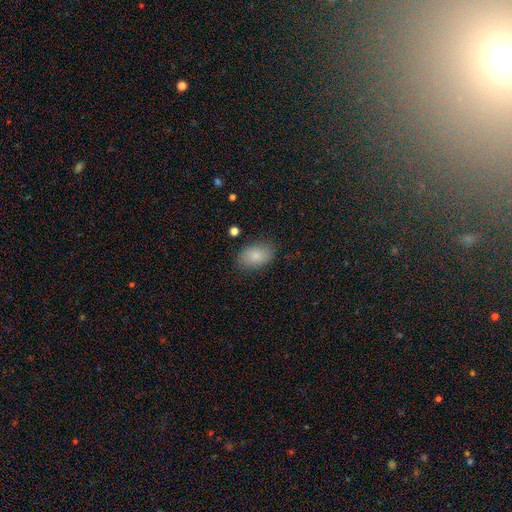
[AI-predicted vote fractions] smooth-or-featured: smooth: 84% | featured or disk: 8% | star or artifact: 8%
  how-rounded: in between: 89% | round: 10% | cigar-shaped: 1%
  merging: none: 82% | minor disturbance: 13% | major disturbance: 3% | merger: 1%